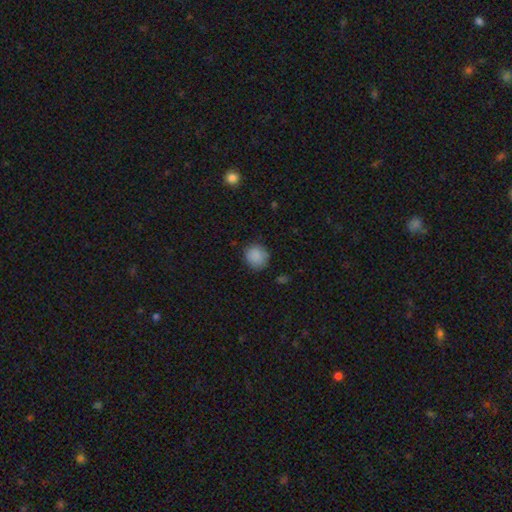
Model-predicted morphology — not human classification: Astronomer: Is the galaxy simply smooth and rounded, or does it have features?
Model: smooth — 87%.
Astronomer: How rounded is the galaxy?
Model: round — 90%.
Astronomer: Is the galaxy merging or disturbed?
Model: none — 83%.